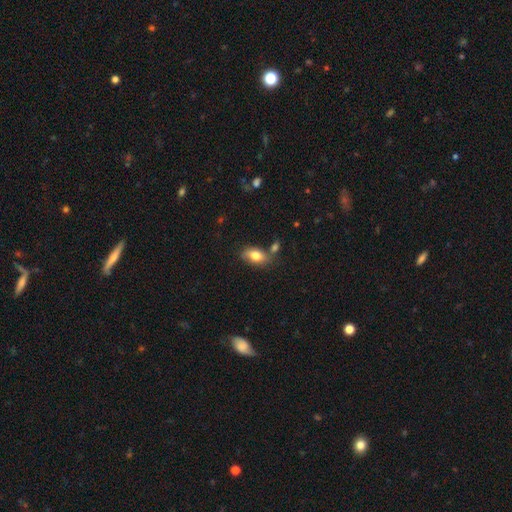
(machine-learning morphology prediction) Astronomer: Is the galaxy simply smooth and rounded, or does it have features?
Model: smooth — 79%.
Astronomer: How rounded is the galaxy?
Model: in between — 90%.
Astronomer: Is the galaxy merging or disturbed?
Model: none — 66%.